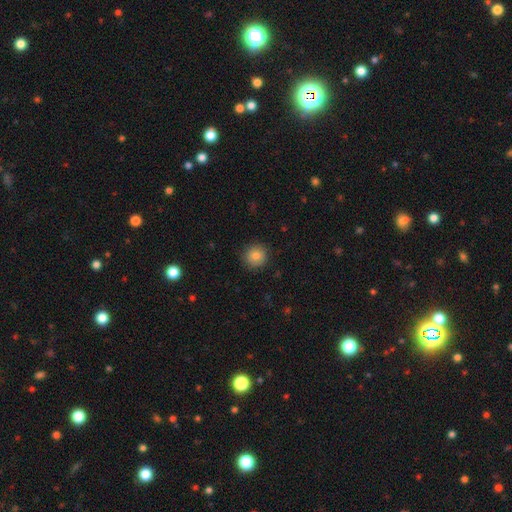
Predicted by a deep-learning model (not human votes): Q: Smooth or featured?
A: smooth (83%); runner-up: star or artifact (10%)
Q: How rounded?
A: round (93%); runner-up: in between (7%)
Q: Merging?
A: none (89%); runner-up: minor disturbance (8%)